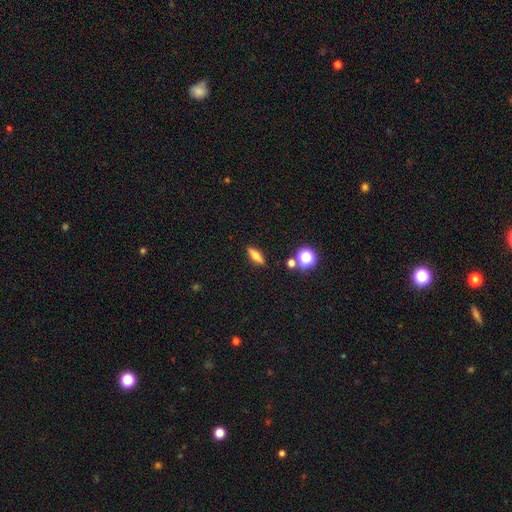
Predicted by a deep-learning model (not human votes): A smooth galaxy with no disk features (64%) that is cigar-shaped (50%). Merging: none (88%).